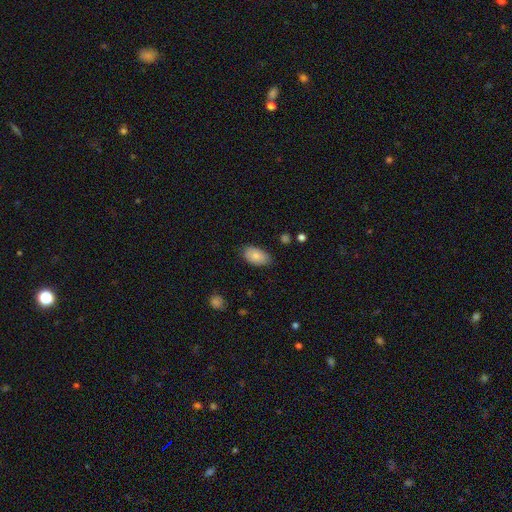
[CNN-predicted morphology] smooth 82%, featured or disk 11%, star or artifact 7%. Down the decision tree: how rounded — in between (92%); merging — none (77%).